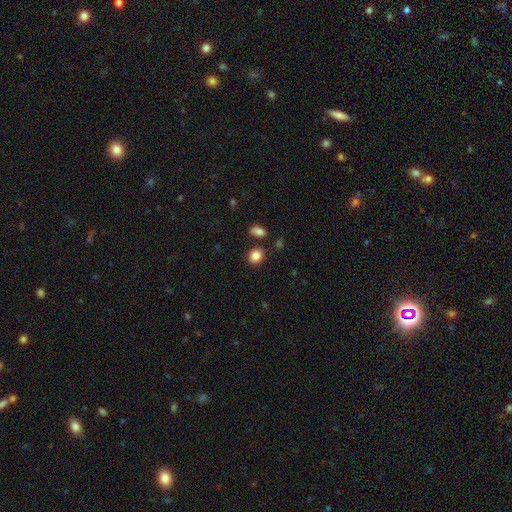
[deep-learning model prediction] Q: Smooth or featured?
A: smooth (86%); runner-up: star or artifact (10%)
Q: How rounded?
A: round (61%); runner-up: in between (38%)
Q: Merging?
A: none (80%); runner-up: minor disturbance (10%)